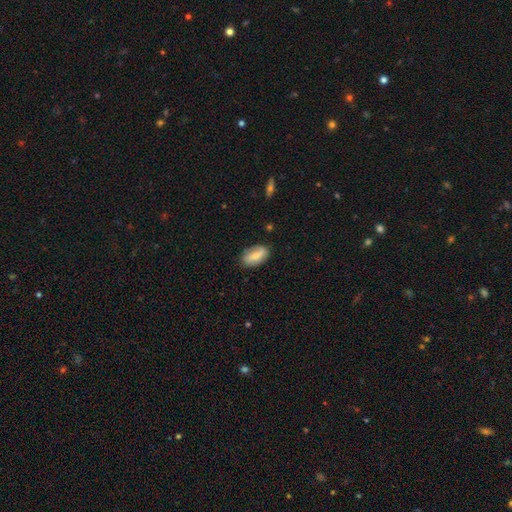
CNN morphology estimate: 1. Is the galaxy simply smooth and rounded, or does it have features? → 63% smooth, 30% featured or disk, 7% star or artifact.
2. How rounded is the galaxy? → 90% in between, 5% round, 5% cigar-shaped.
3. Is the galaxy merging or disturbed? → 79% none, 16% minor disturbance, 3% major disturbance, 1% merger.